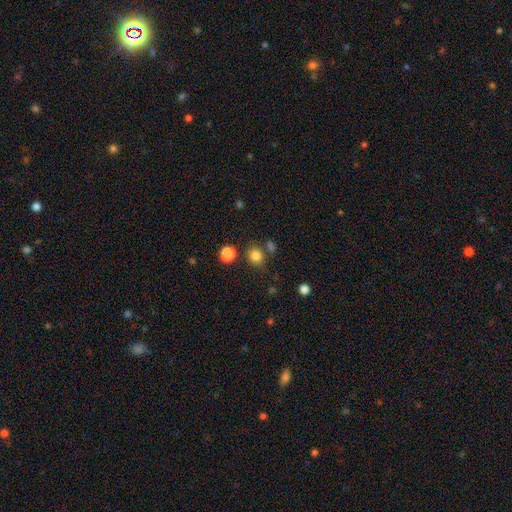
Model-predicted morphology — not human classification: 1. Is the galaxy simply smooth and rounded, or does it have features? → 82% smooth, 13% star or artifact, 5% featured or disk.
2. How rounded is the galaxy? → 77% round, 22% in between, 1% cigar-shaped.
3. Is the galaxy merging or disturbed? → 76% none, 10% merger, 10% minor disturbance, 4% major disturbance.